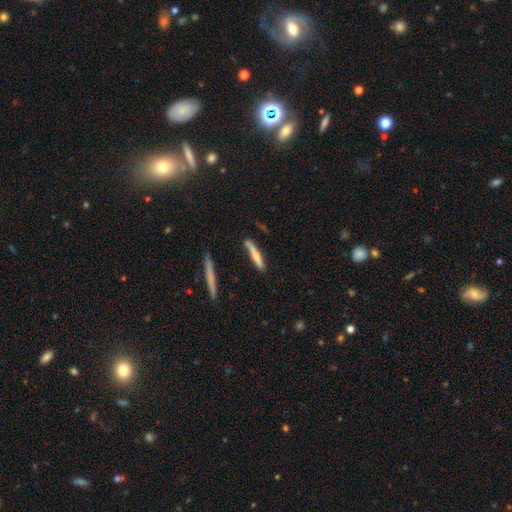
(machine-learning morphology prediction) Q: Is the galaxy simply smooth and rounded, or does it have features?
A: smooth — 53%.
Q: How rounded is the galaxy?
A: cigar-shaped — 89%.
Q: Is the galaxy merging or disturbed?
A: none — 71%.